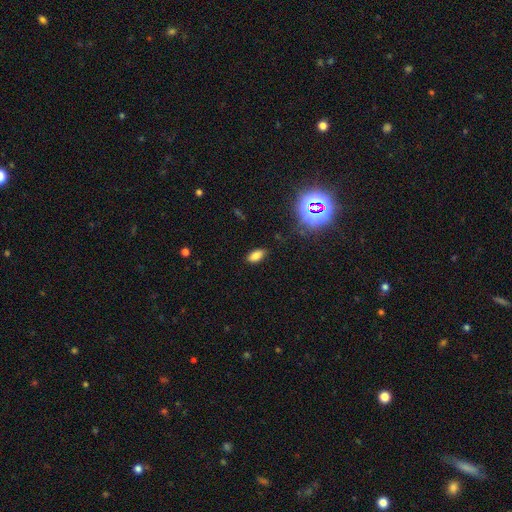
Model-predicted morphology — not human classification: Q: Smooth or featured?
A: smooth (77%); runner-up: star or artifact (16%)
Q: How rounded?
A: in between (91%); runner-up: round (5%)
Q: Merging?
A: none (85%); runner-up: minor disturbance (11%)